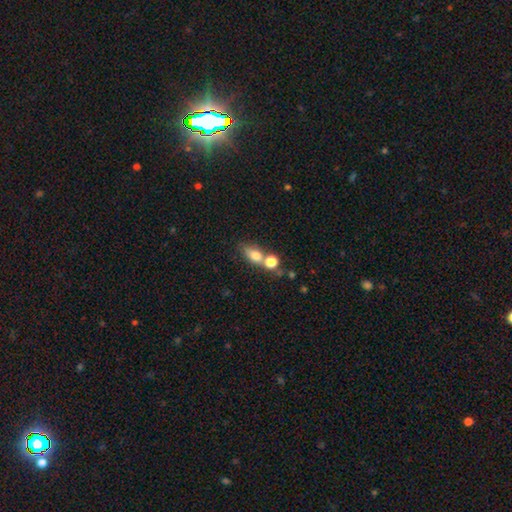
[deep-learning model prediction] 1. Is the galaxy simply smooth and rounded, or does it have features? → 73% smooth, 14% featured or disk, 12% star or artifact.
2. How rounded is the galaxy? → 65% in between, 27% round, 8% cigar-shaped.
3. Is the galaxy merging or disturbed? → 43% none, 39% merger, 12% minor disturbance, 7% major disturbance.